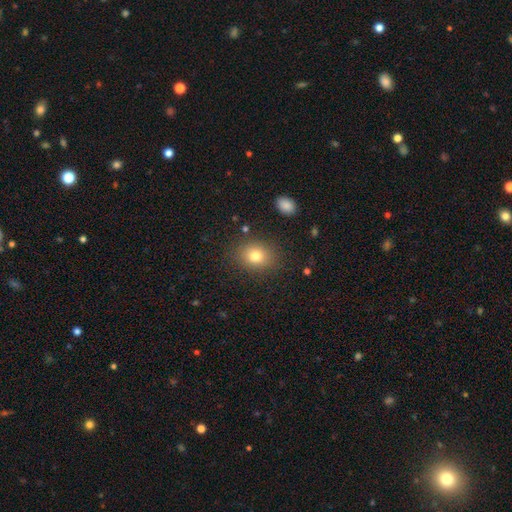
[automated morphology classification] Overall: smooth (78%). How rounded: round (55%; in between 44%). Merging: none (85%).